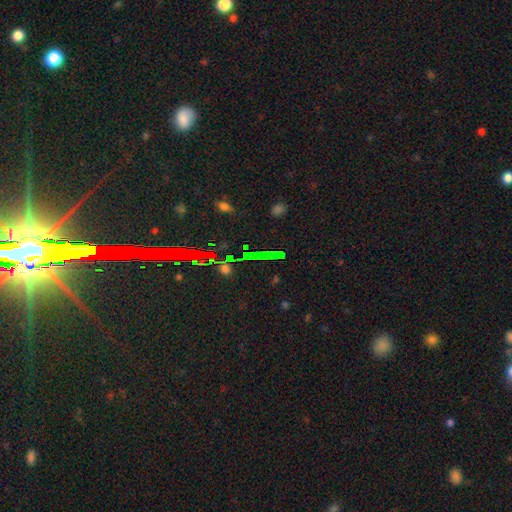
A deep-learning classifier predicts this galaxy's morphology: Smooth or featured: star or artifact — 76% (featured or disk — 12%)